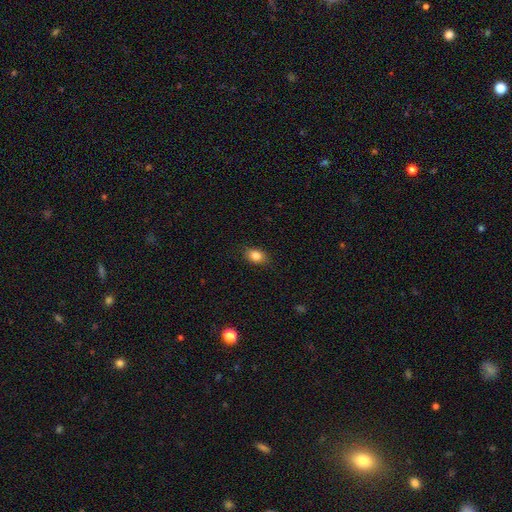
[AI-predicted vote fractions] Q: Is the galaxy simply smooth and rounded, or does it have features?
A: smooth — 82%.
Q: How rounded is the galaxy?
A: in between — 76%.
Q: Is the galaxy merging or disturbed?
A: none — 85%.